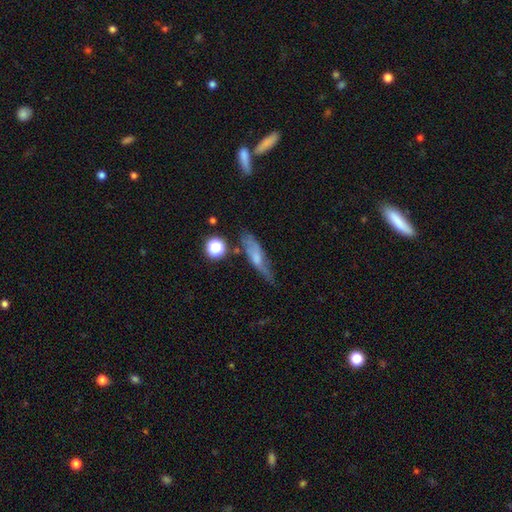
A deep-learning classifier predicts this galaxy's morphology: A smooth galaxy with no disk features (48%). Merging: none (63%).